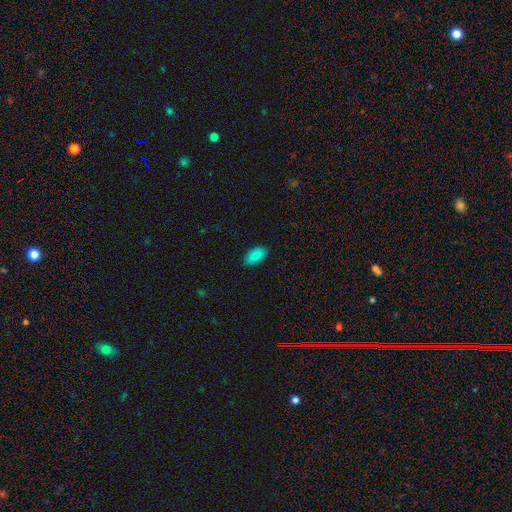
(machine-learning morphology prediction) smooth_or_featured: smooth (p=0.84) [alt: featured or disk p=0.08]
how_rounded: in between (p=0.94) [alt: round p=0.03]
merging: none (p=0.89) [alt: minor disturbance p=0.08]